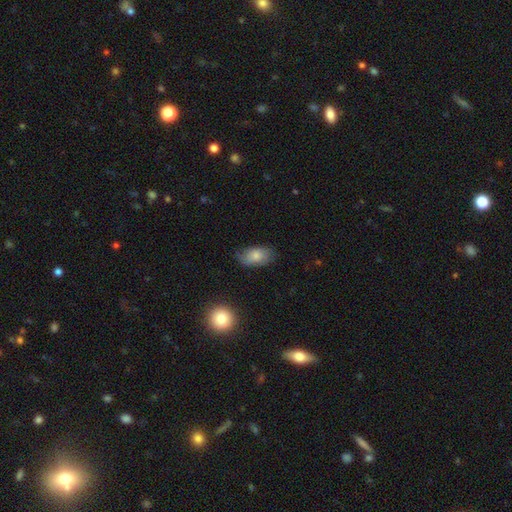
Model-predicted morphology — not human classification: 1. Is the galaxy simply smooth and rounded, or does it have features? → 75% smooth, 17% featured or disk, 8% star or artifact.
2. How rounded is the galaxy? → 92% in between, 6% round, 2% cigar-shaped.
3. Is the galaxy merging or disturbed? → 66% none, 26% minor disturbance, 7% major disturbance, 2% merger.